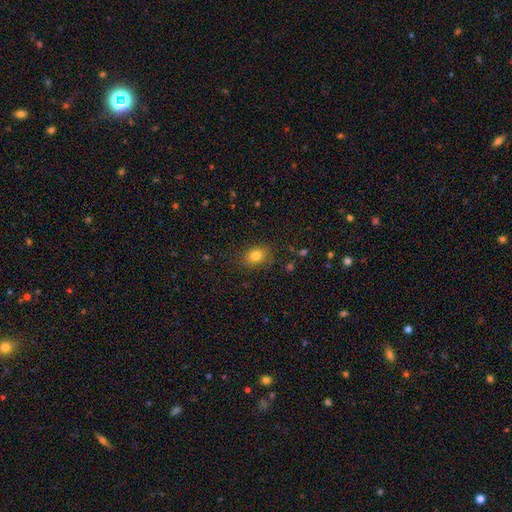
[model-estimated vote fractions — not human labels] Smooth or featured?
  - smooth: 81% *
  - star or artifact: 11%
  - featured or disk: 8%
How rounded?
  - in between: 63% *
  - round: 35%
  - cigar-shaped: 1%
Merging?
  - none: 81% *
  - minor disturbance: 14%
  - major disturbance: 4%
  - merger: 1%